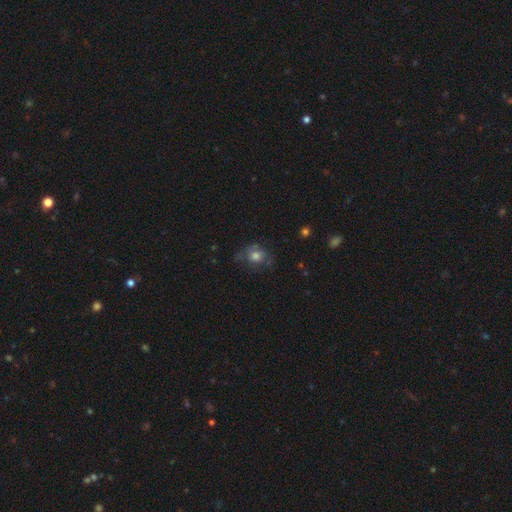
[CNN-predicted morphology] smooth 63%, featured or disk 25%, star or artifact 12%. Down the decision tree: how rounded — round (64%); merging — none (55%).